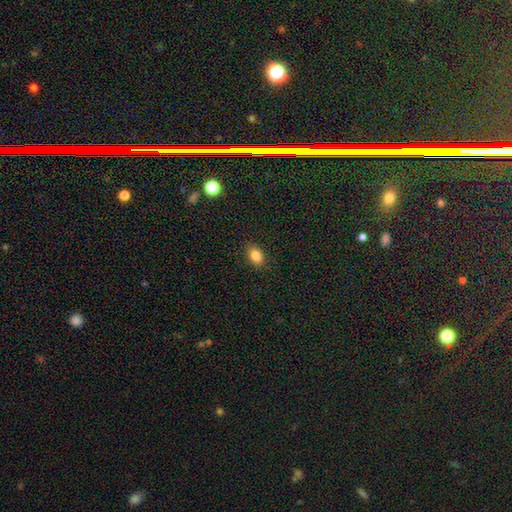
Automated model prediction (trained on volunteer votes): A smooth galaxy with no disk features (84%) that is in between round and cigar-shaped (82%).

Vote fractions:
- Smooth or featured? smooth: 84% / star or artifact: 10% / featured or disk: 6%
- How rounded? in between: 82% / round: 16% / cigar-shaped: 1%
- Merging? none: 88% / minor disturbance: 9% / major disturbance: 2% / merger: 1%